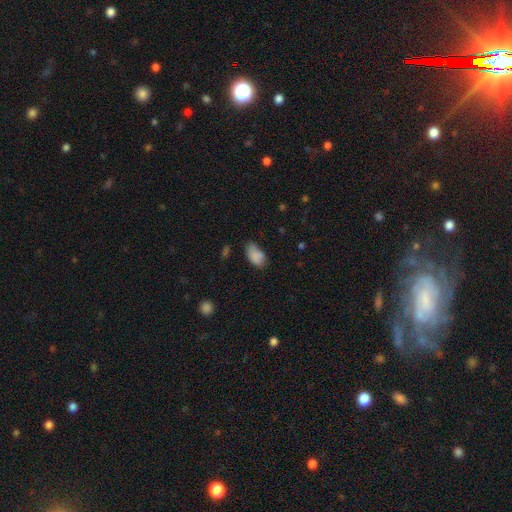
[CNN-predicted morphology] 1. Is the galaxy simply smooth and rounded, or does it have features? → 83% smooth, 9% star or artifact, 8% featured or disk.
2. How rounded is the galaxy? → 91% in between, 8% round, 2% cigar-shaped.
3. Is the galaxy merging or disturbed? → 52% none, 35% minor disturbance, 9% major disturbance, 4% merger.